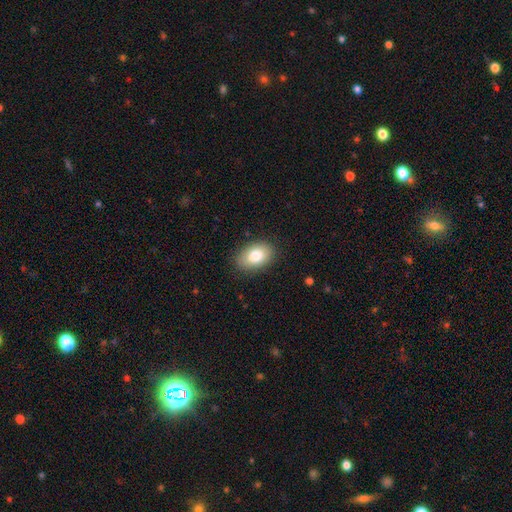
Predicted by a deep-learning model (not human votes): smooth_or_featured: smooth (p=0.81) [alt: featured or disk p=0.11]
how_rounded: in between (p=0.89) [alt: round p=0.10]
merging: none (p=0.85) [alt: minor disturbance p=0.11]